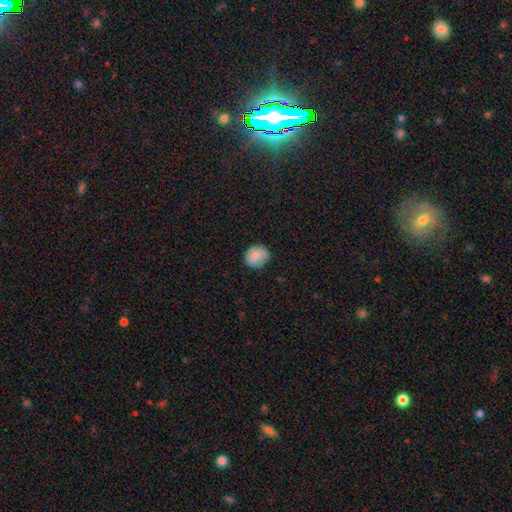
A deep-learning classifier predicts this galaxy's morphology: Smooth or featured? Predicted: smooth (p=0.81). How rounded? Predicted: round (p=0.76). Merging? Predicted: none (p=0.75).